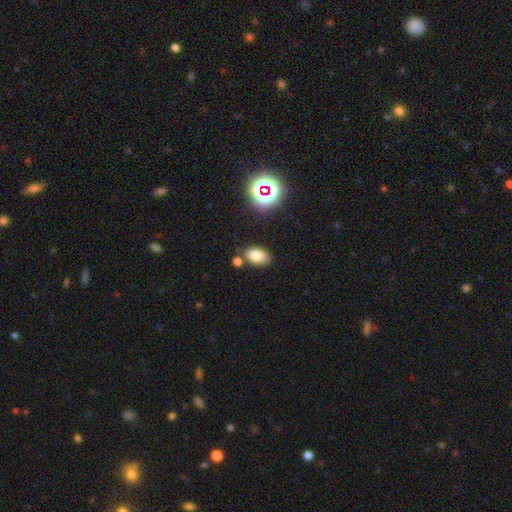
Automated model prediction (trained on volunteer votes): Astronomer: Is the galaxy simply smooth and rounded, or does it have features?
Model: smooth — 76%.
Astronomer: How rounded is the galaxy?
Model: in between — 89%.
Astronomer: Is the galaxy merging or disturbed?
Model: none — 73%.